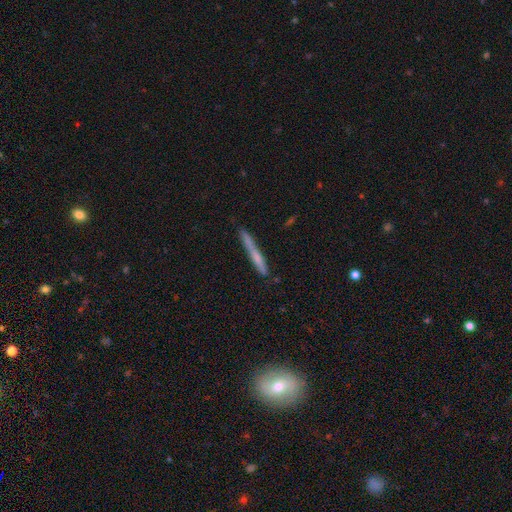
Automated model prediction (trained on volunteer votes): Morphology: type=smooth (50%); roundness=cigar-shaped (96%); merging=none (81%).